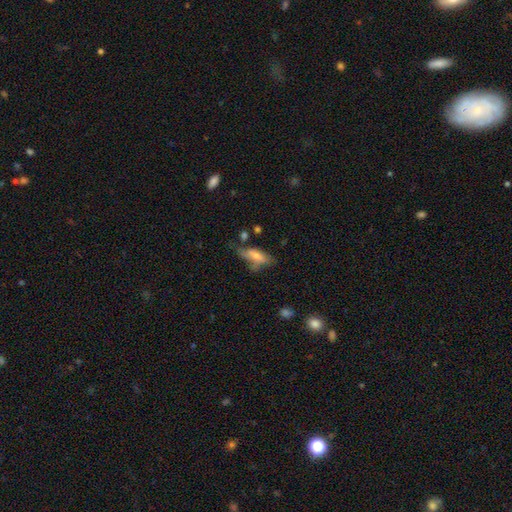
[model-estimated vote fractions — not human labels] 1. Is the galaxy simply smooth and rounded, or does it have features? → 51% smooth, 39% featured or disk, 10% star or artifact.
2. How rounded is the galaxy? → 67% in between, 30% cigar-shaped, 3% round.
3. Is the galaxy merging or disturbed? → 41% none, 29% minor disturbance, 22% major disturbance, 7% merger.